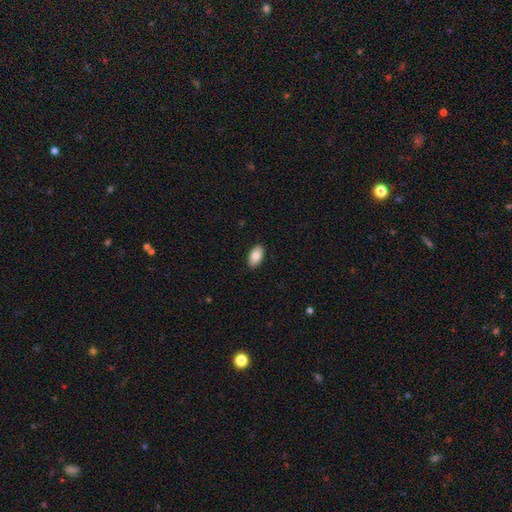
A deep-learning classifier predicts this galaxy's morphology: Smooth or featured?
  - smooth: 85% *
  - featured or disk: 9%
  - star or artifact: 7%
How rounded?
  - in between: 95% *
  - round: 4%
  - cigar-shaped: 2%
Merging?
  - none: 90% *
  - minor disturbance: 8%
  - major disturbance: 2%
  - merger: 1%